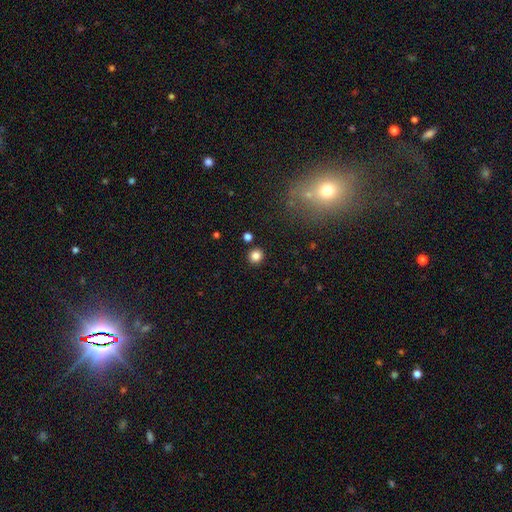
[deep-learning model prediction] A smooth galaxy with no disk features (84%) that is round (92%).

Vote fractions:
- Smooth or featured? smooth: 84% / star or artifact: 12% / featured or disk: 4%
- How rounded? round: 92% / in between: 7% / cigar-shaped: 1%
- Merging? none: 90% / minor disturbance: 5% / merger: 3% / major disturbance: 2%